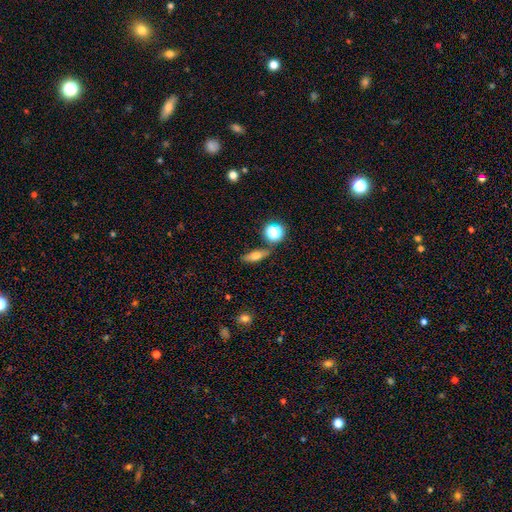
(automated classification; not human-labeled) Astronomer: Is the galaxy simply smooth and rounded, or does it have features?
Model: smooth — 59%.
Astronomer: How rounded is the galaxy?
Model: in between — 51% (runner-up: cigar-shaped, 37%).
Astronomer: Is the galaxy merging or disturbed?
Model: none — 79%.